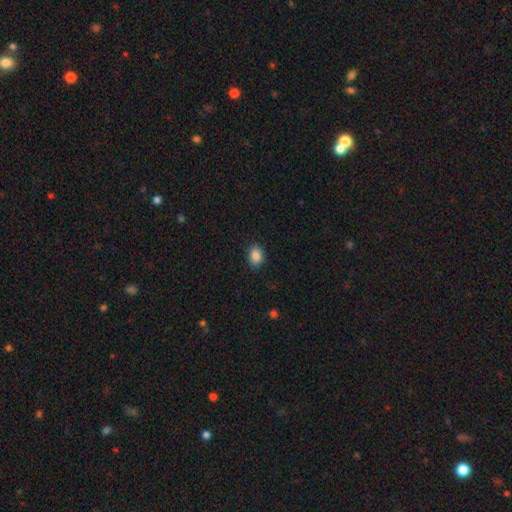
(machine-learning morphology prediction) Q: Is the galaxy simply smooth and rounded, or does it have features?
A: smooth — 87%.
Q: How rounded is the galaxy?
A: in between — 63%.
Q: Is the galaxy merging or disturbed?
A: none — 88%.